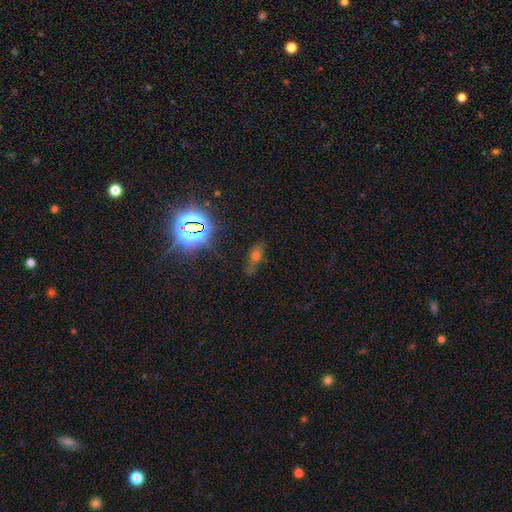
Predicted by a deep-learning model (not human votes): A smooth galaxy with no disk features (42%). Merging: none (71%).